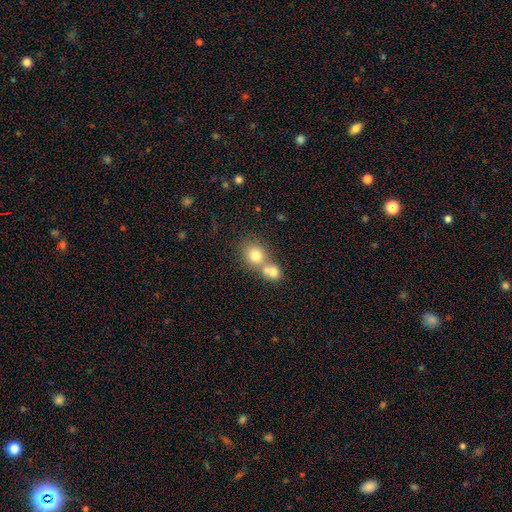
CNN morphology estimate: Smooth or featured? smooth (76%)
How rounded? round (77%)
Merging? merger (56%)